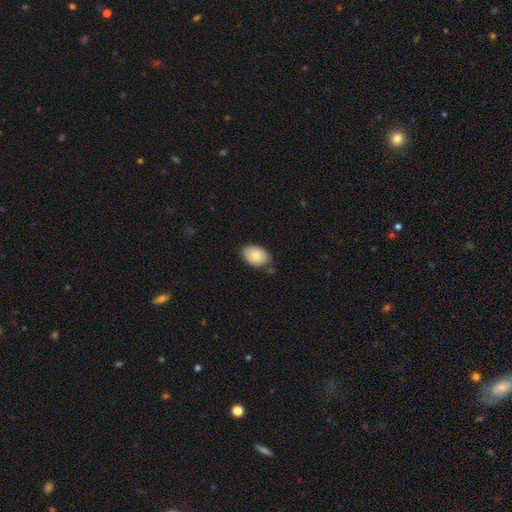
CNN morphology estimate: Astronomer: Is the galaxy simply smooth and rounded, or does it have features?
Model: smooth — 79%.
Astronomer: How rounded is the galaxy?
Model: in between — 82%.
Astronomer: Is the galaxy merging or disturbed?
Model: none — 74%.